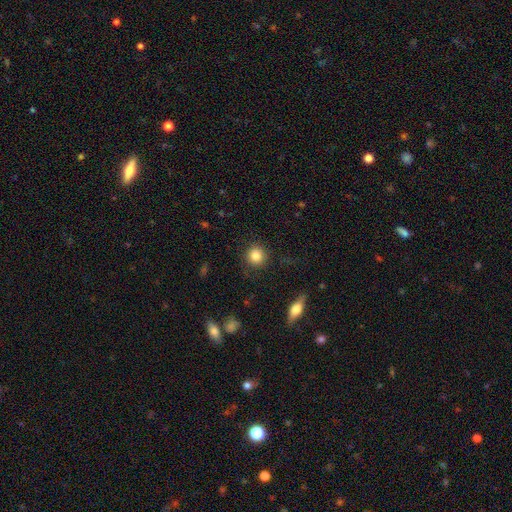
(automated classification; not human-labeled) A smooth galaxy with no disk features (84%) that is round (93%). Merging: none (89%).